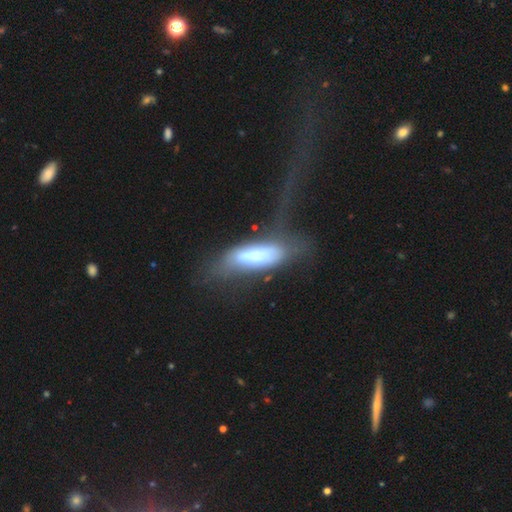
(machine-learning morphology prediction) This is likely a smooth galaxy (62%). How rounded: likely in between (61%). Merging: possibly major disturbance (46%).